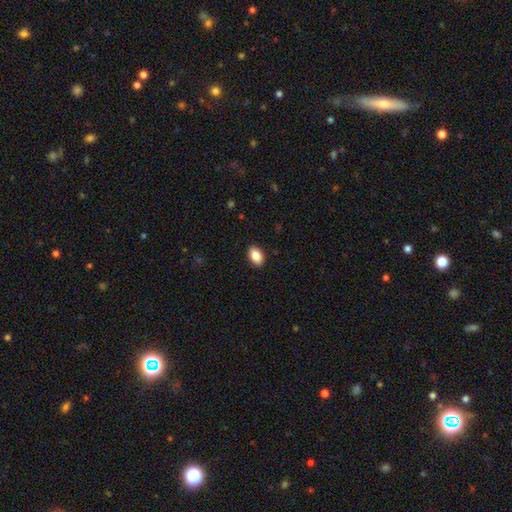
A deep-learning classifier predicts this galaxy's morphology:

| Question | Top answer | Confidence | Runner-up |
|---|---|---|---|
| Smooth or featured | smooth | 86% | star or artifact (8%) |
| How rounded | in between | 90% | round (8%) |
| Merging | none | 90% | minor disturbance (8%) |